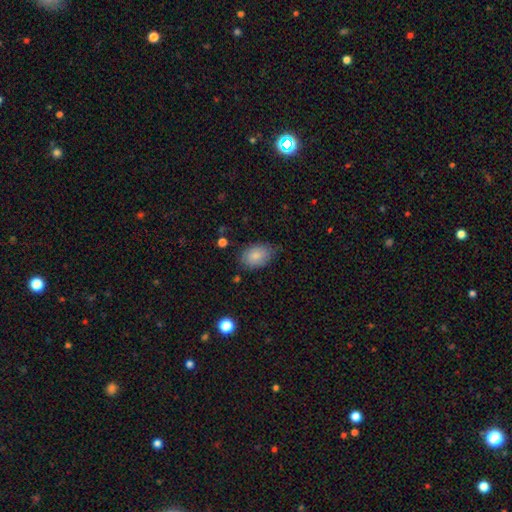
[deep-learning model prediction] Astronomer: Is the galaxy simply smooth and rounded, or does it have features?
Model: smooth — 82%.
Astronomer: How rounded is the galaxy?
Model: in between — 85%.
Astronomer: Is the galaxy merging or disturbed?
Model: none — 67%.